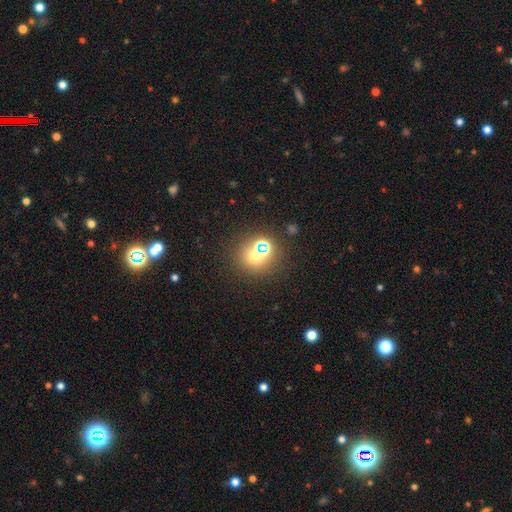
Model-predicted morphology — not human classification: This is possibly a smooth galaxy (50%). How rounded: clearly round (84%). Merging: likely none (73%).